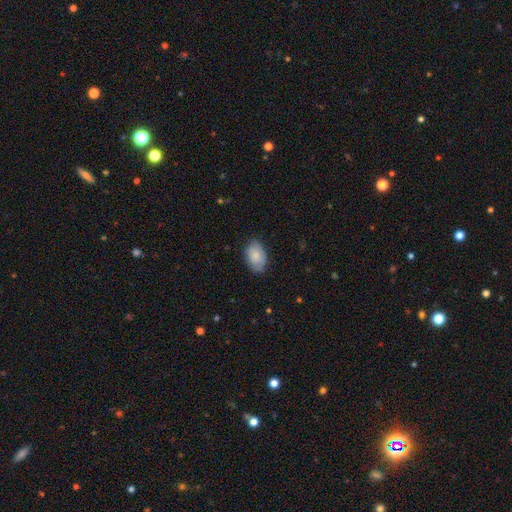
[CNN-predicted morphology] type=smooth (80%); roundness=in between (91%); merging=none (77%).